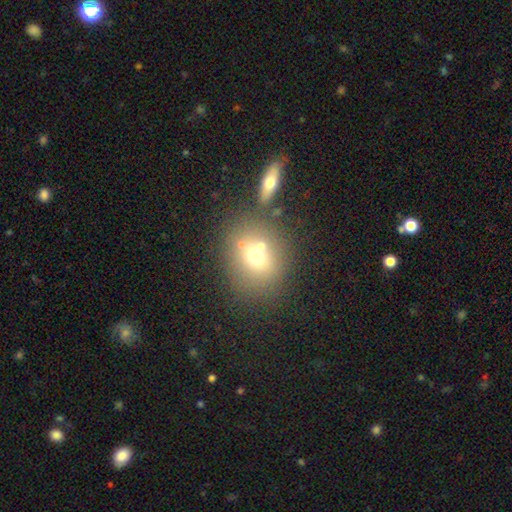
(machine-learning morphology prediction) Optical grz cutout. It shows a smooth galaxy with no disk features (66%) that is round (68%). Merging: none (55%).